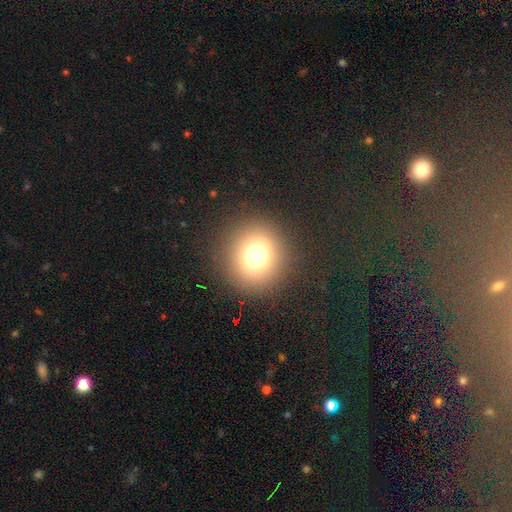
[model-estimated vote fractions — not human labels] Morphology: type=smooth (69%); roundness=round (91%); merging=none (88%).